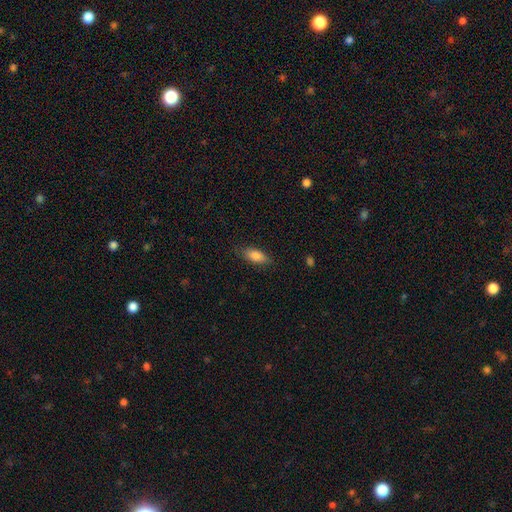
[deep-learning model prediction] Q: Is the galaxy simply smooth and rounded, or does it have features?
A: smooth — 86%.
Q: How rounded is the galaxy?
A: in between — 81%.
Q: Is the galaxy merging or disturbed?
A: none — 81%.